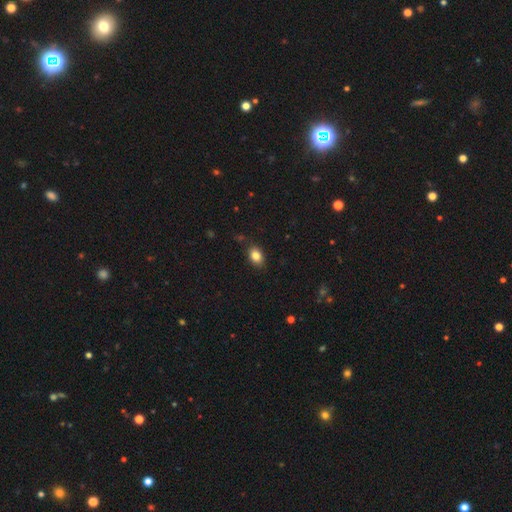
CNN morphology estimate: A smooth galaxy with no disk features (84%) that is in between round and cigar-shaped (80%). Merging: none (83%).